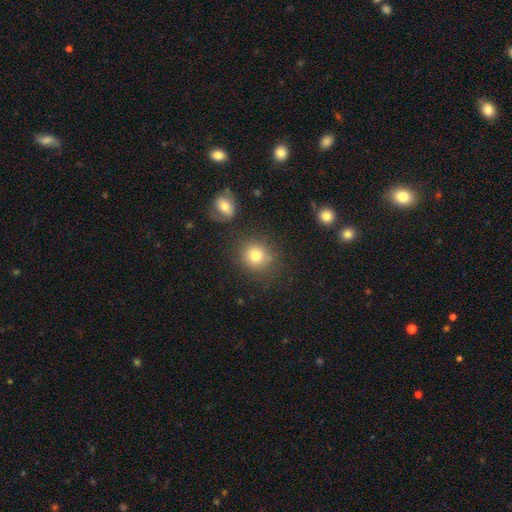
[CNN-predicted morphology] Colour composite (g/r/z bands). It shows a smooth galaxy with no disk features (79%) that is round (86%). Merging: none (79%).